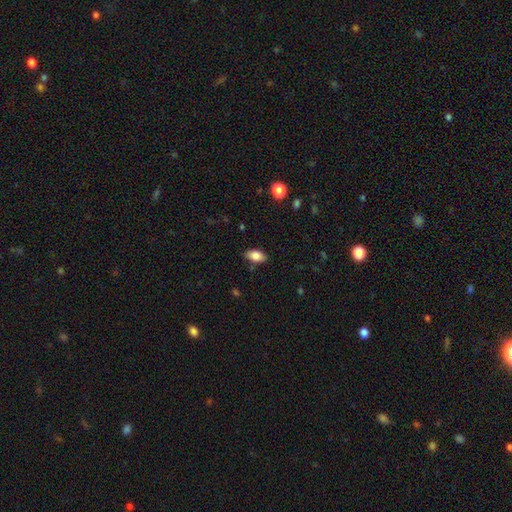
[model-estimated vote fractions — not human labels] smooth_or_featured: smooth (p=0.83) [alt: featured or disk p=0.09]
how_rounded: in between (p=0.92) [alt: round p=0.05]
merging: none (p=0.85) [alt: minor disturbance p=0.11]